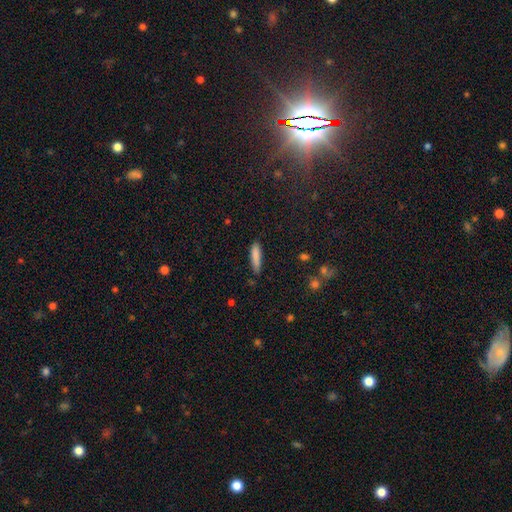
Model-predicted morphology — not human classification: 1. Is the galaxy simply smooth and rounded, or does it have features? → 84% smooth, 9% featured or disk, 7% star or artifact.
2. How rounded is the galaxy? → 76% cigar-shaped, 23% in between, 2% round.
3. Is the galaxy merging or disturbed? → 74% none, 20% minor disturbance, 4% major disturbance, 2% merger.